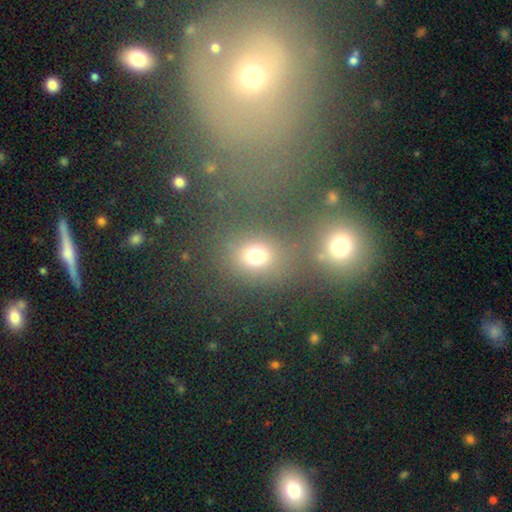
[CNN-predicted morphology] Overall: smooth (67%). How rounded: round (67%; in between 31%). Merging: none (70%).